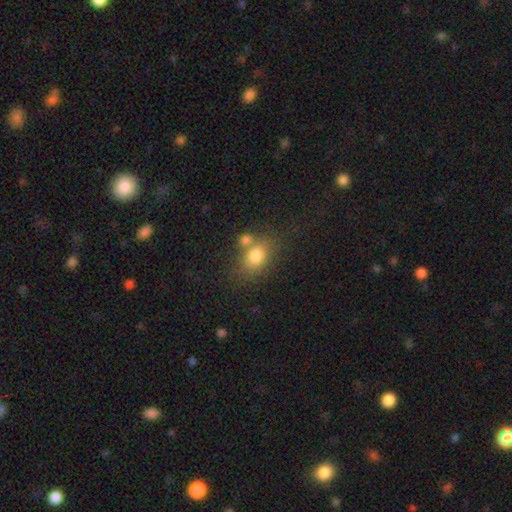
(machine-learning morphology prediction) type=smooth (78%); roundness=in between (65%); merging=none (53%).